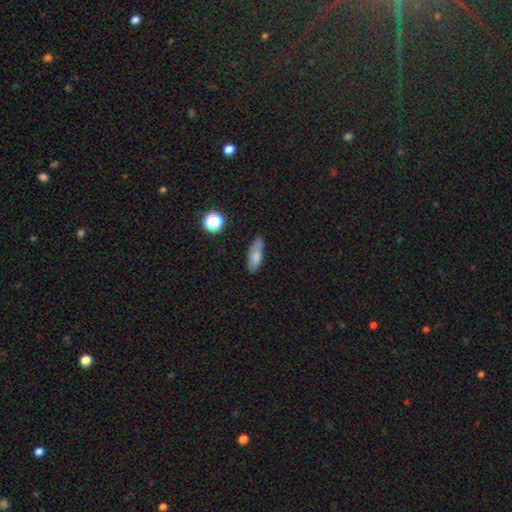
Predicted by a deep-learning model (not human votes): A smooth galaxy with no disk features (76%) that is in between round and cigar-shaped (66%). Merging: none (69%).